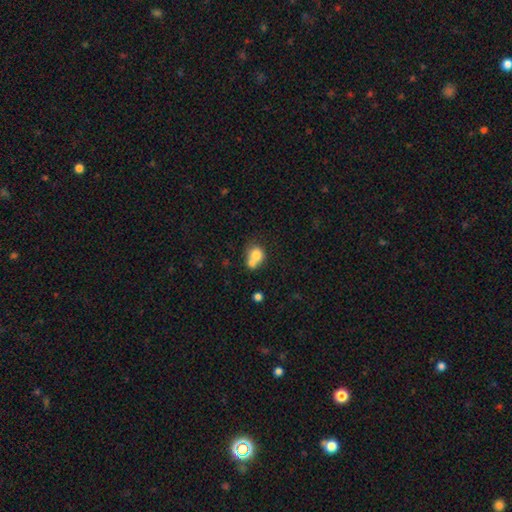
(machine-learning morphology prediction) smooth-or-featured: smooth: 76% | featured or disk: 15% | star or artifact: 10%
  how-rounded: round: 73% | in between: 26% | cigar-shaped: 1%
  merging: merger: 54% | none: 34% | minor disturbance: 9% | major disturbance: 4%